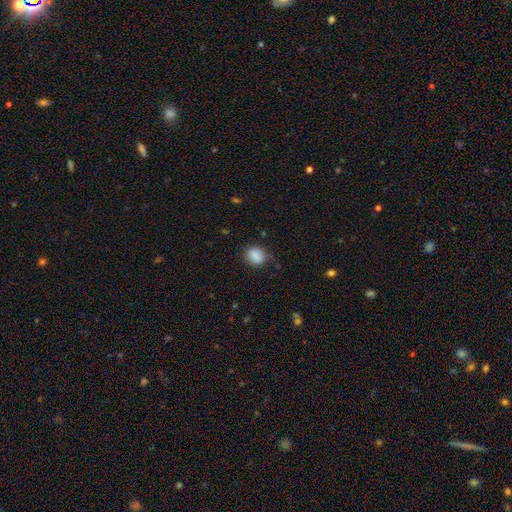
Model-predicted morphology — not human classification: Overall: smooth (87%). How rounded: round (68%; in between 31%). Merging: none (78%).